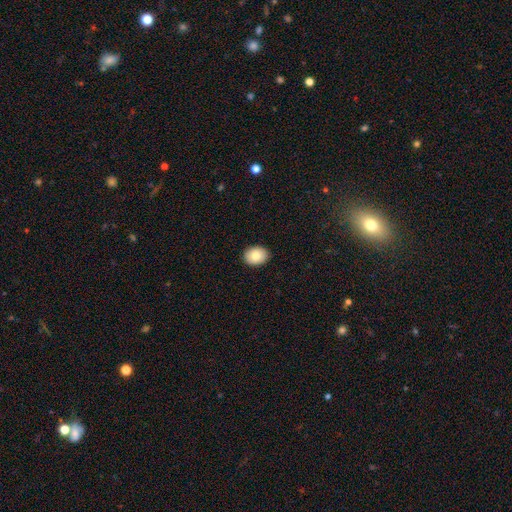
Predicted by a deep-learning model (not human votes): Smooth or featured?
  - smooth: 80% *
  - featured or disk: 12%
  - star or artifact: 8%
How rounded?
  - in between: 60% *
  - round: 39%
  - cigar-shaped: 1%
Merging?
  - none: 91% *
  - minor disturbance: 7%
  - major disturbance: 2%
  - merger: 1%